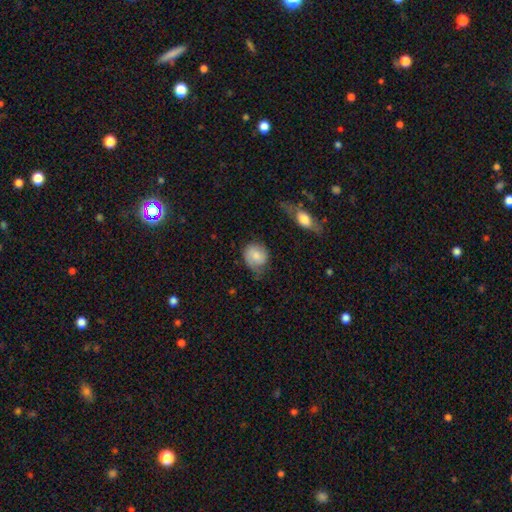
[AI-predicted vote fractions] This appears to be a smooth galaxy with no disk features (64%) that is round (65%). Merging: none (53%).